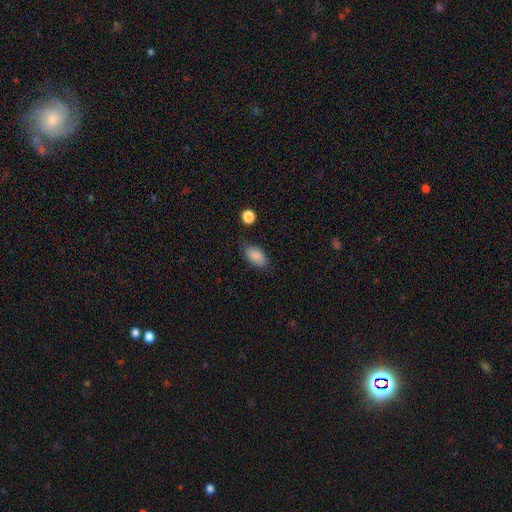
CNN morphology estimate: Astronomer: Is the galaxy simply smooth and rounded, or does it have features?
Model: smooth — 86%.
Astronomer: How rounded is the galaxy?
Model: in between — 92%.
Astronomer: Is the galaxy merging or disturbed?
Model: none — 74%.